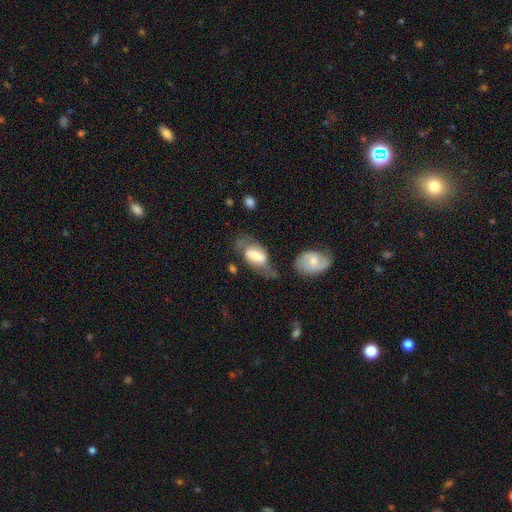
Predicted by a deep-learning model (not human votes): Overall: featured or disk (47%; smooth 46%). Merging: none (38%; minor disturbance 27%).